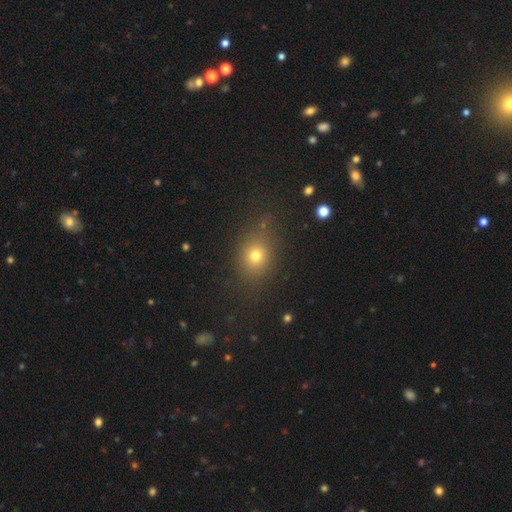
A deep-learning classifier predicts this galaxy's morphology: Smooth or featured: smooth — 71% (star or artifact — 18%)
How rounded: round — 57% (in between — 42%)
Merging: none — 76% (minor disturbance — 15%)